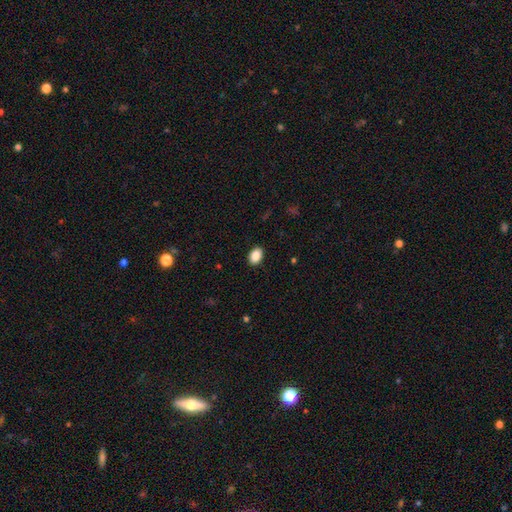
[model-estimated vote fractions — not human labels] Morphology: type=smooth (87%); roundness=in between (83%); merging=none (90%).